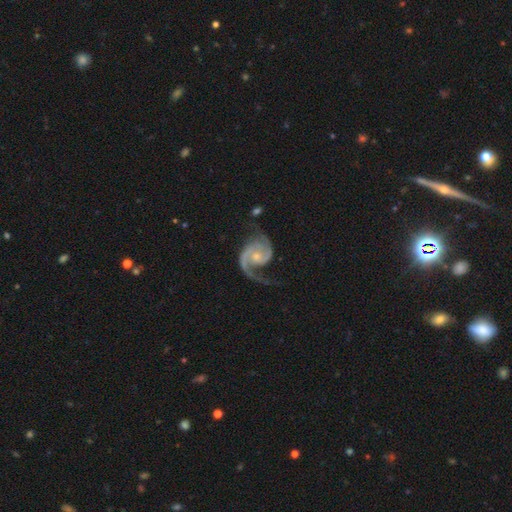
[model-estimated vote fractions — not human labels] The model was most divided on "bulge size": small: 59%, moderate: 34%, none: 4%, large: 2%, dominant: 1%. More confident: spiral arms — yes (98%); edge-on disk — no (98%); smooth or featured — featured or disk (93%); spiral arm count — 2 (89%); bar — no (66%); merging — none (65%); spiral winding — medium (55%).